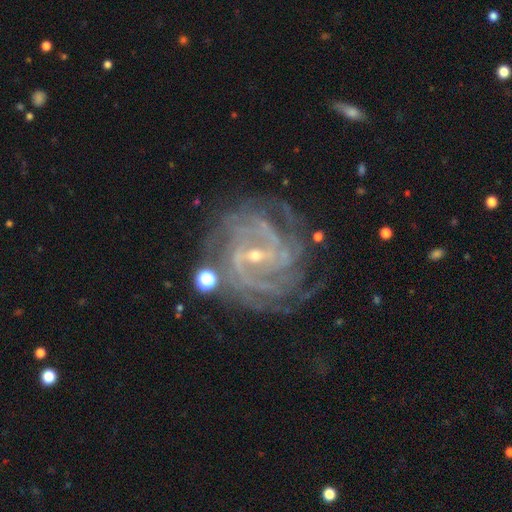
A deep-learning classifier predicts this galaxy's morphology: type=featured or disk (91%); edge-on=no (97%); bar=weak (45%); spiral arms=yes (98%); winding=tight (66%); arm count=4 (28%); bulge=small (78%); merging=none (72%).